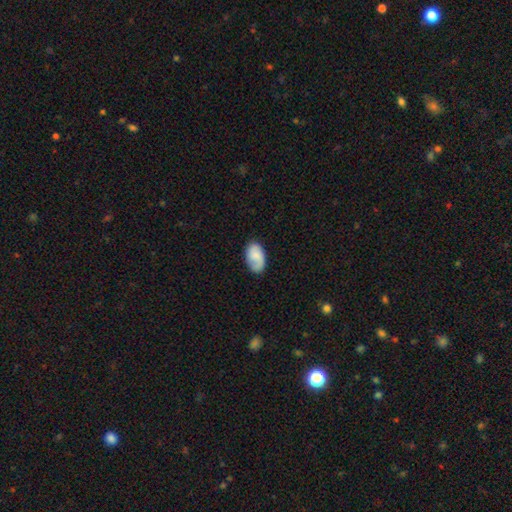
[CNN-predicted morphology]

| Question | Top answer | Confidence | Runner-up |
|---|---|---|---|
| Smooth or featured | smooth | 67% | featured or disk (26%) |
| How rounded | in between | 92% | round (7%) |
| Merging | none | 71% | minor disturbance (21%) |